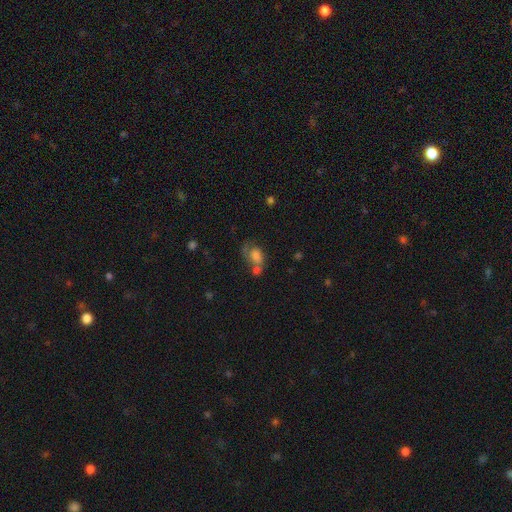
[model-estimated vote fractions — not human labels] Smooth or featured? smooth (65%)
How rounded? in between (70%)
Merging? merger (43%)